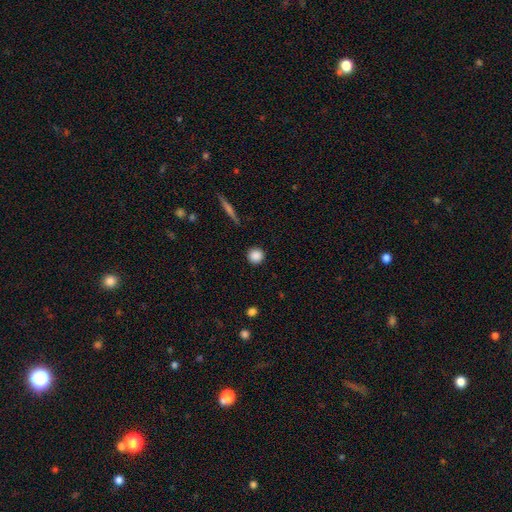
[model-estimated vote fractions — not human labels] A smooth galaxy with no disk features (87%) that is round (94%). Merging: none (91%).